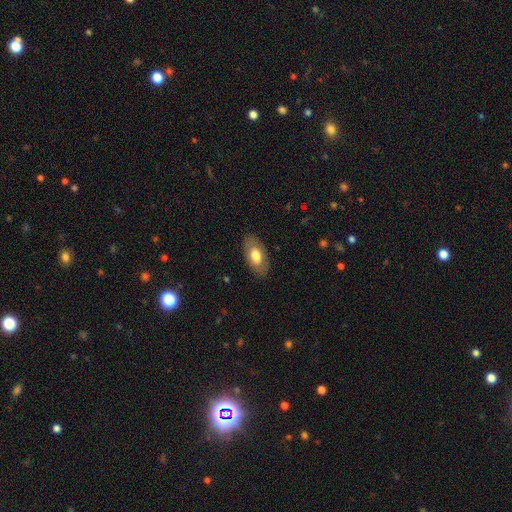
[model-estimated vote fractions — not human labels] smooth-or-featured: smooth: 70% | featured or disk: 24% | star or artifact: 6%
  how-rounded: in between: 93% | round: 4% | cigar-shaped: 2%
  merging: none: 85% | minor disturbance: 11% | major disturbance: 3% | merger: 1%